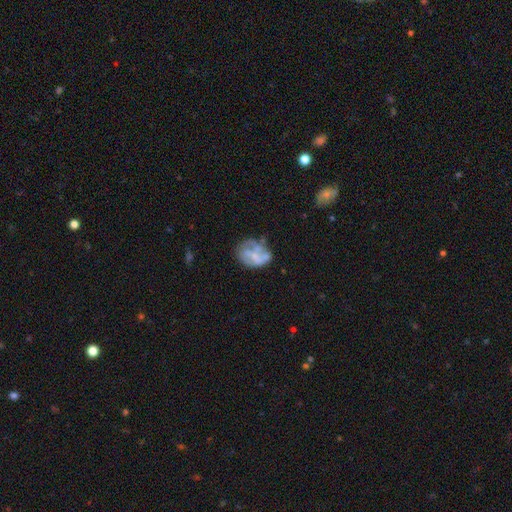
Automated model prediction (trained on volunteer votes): The model was most divided on "bulge size": small: 40%, none: 37%, moderate: 20%, large: 2%, dominant: 1%. Remaining: edge-on disk — no (98%); spiral arms — no (74%); bar — no (68%); smooth or featured — featured or disk (56%); merging — none (45%).